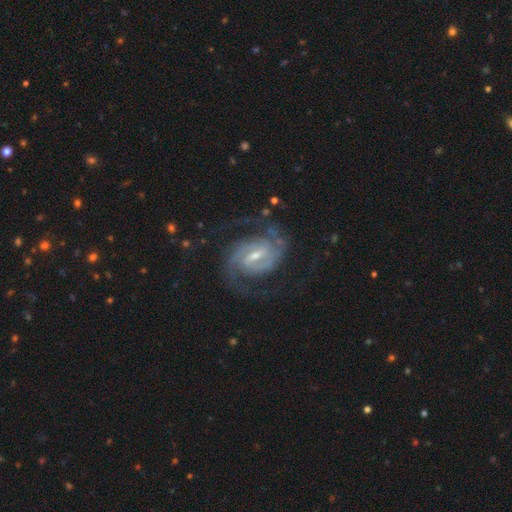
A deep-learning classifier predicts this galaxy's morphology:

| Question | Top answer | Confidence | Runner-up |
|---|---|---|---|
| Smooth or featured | featured or disk | 92% | star or artifact (4%) |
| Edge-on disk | no | 98% | yes (2%) |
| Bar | weak | 51% | strong (38%) |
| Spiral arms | yes | 98% | no (2%) |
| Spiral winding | medium | 48% | tight (41%) |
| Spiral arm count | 2 | 75% | 3 (11%) |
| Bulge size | small | 50% | moderate (43%) |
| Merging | none | 73% | minor disturbance (15%) |